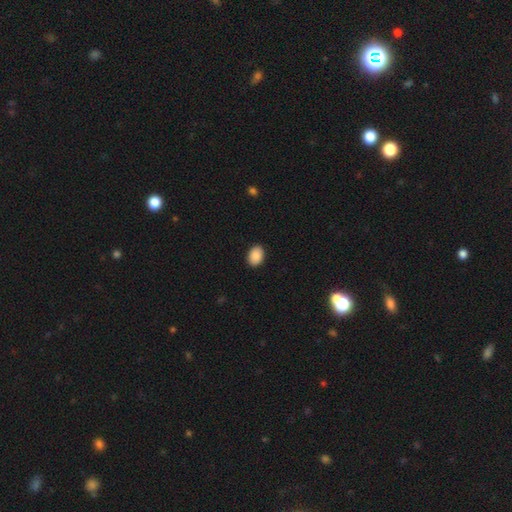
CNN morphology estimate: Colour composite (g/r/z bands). It shows a smooth galaxy with no disk features (90%) that is in between round and cigar-shaped (78%). Merging: none (90%).